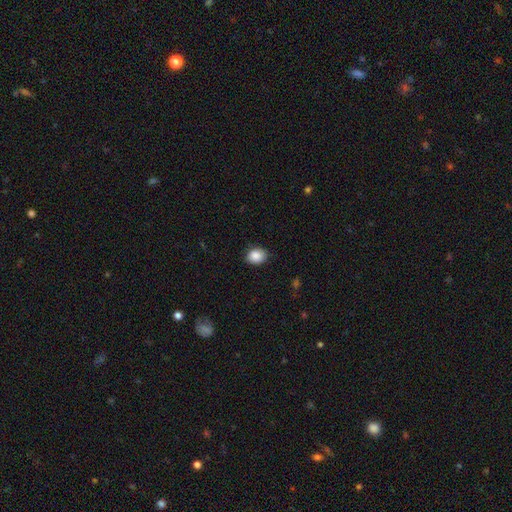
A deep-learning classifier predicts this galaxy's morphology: Smooth or featured?
  - smooth: 88% *
  - star or artifact: 8%
  - featured or disk: 4%
How rounded?
  - in between: 53% *
  - round: 47%
  - cigar-shaped: 1%
Merging?
  - none: 83% *
  - minor disturbance: 13%
  - major disturbance: 2%
  - merger: 1%